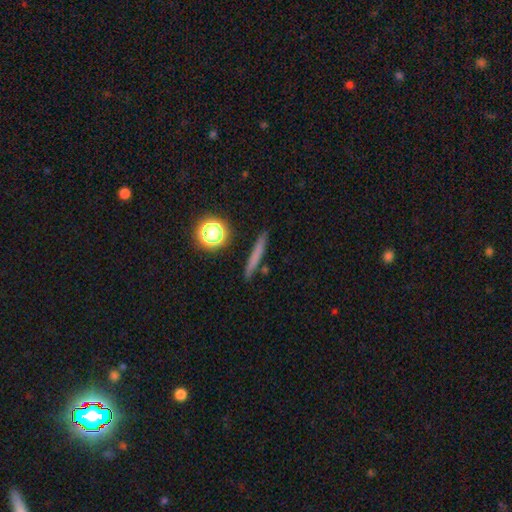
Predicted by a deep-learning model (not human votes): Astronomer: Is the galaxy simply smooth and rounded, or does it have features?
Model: smooth — 62%.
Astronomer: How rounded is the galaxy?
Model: cigar-shaped — 89%.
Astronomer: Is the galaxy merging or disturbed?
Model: none — 87%.